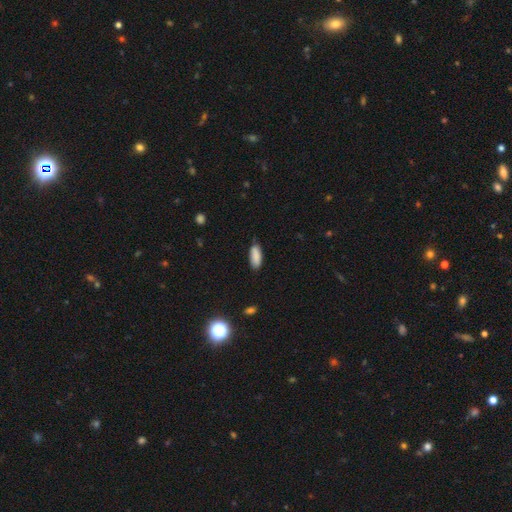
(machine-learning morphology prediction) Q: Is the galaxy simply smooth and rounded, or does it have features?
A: smooth — 88%.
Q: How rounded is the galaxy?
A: in between — 75%.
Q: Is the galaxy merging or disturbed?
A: none — 79%.